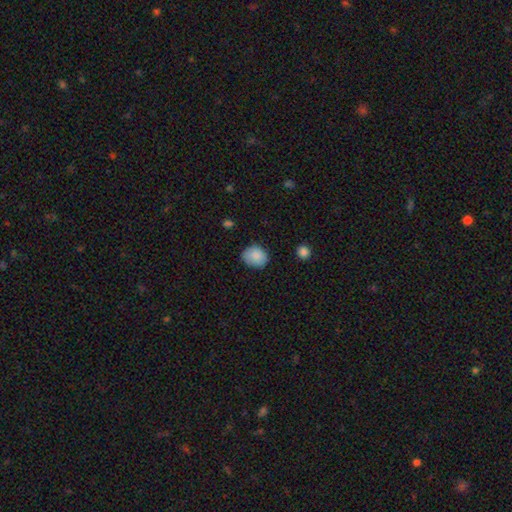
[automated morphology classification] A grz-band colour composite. It shows a smooth galaxy with no disk features (86%) that is round (55%). Merging: none (68%).